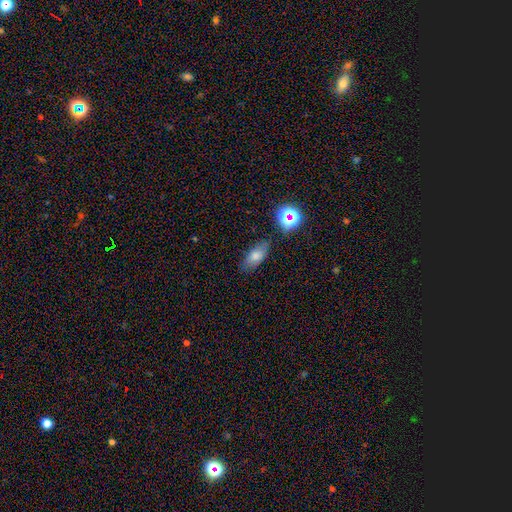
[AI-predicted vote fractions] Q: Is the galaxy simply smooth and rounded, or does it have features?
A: smooth — 70%.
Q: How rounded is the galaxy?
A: in between — 79%.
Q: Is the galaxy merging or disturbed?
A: none — 81%.